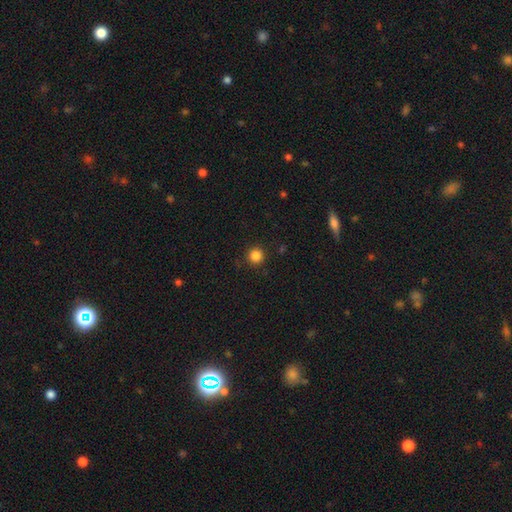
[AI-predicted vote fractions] Smooth or featured? Predicted: smooth (p=0.84). How rounded? Predicted: round (p=0.95). Merging? Predicted: none (p=0.92).